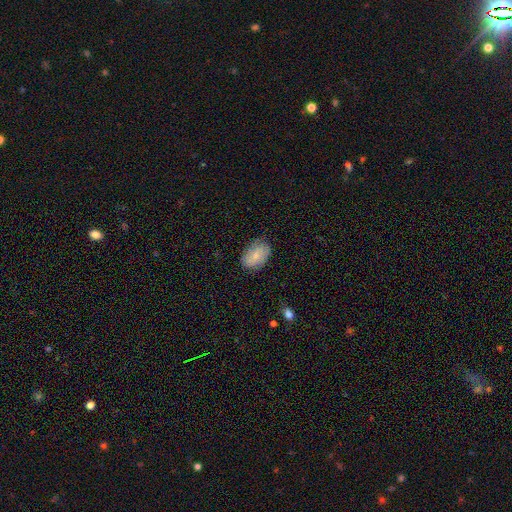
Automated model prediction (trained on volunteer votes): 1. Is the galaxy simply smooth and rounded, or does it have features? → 65% smooth, 28% featured or disk, 7% star or artifact.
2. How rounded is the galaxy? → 87% in between, 11% round, 1% cigar-shaped.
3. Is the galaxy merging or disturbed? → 77% none, 18% minor disturbance, 4% major disturbance, 1% merger.